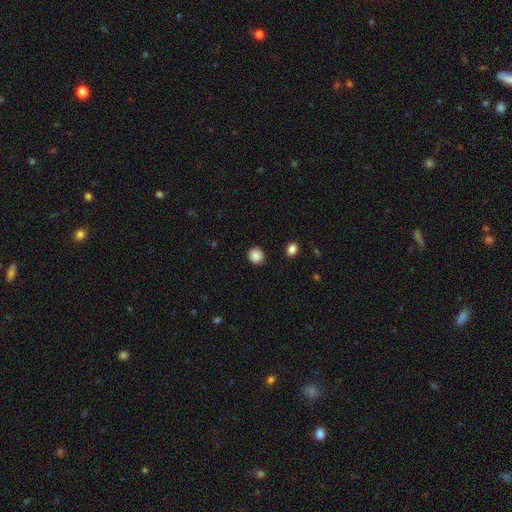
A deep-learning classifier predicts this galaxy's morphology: Smooth or featured? smooth (88%)
How rounded? round (90%)
Merging? none (91%)